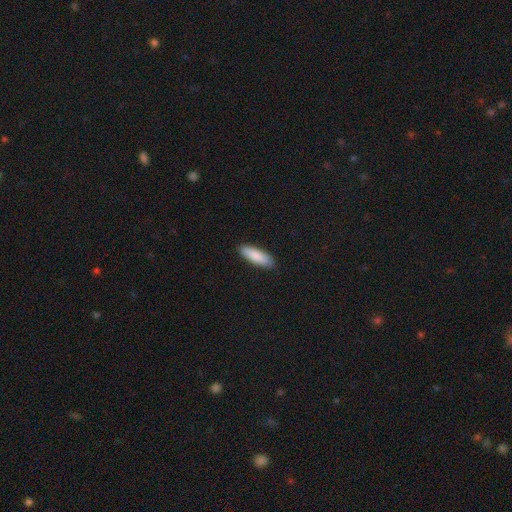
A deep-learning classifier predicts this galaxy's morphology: smooth_or_featured: smooth (p=0.88) [alt: featured or disk p=0.07]
how_rounded: cigar-shaped (p=0.51) [alt: in between p=0.48]
merging: none (p=0.90) [alt: minor disturbance p=0.08]